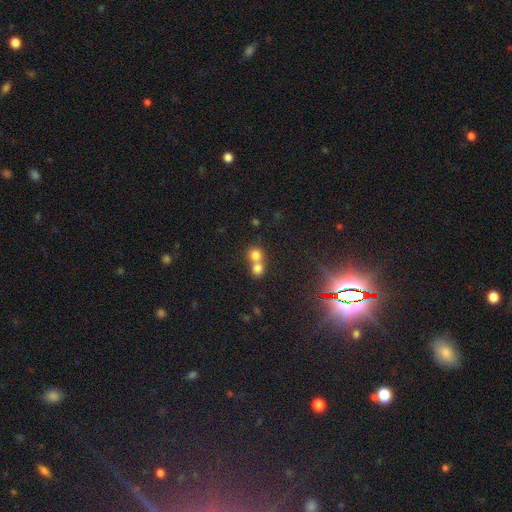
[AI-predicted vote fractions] Q: Smooth or featured?
A: smooth (76%); runner-up: star or artifact (13%)
Q: How rounded?
A: round (82%); runner-up: in between (17%)
Q: Merging?
A: merger (62%); runner-up: none (32%)